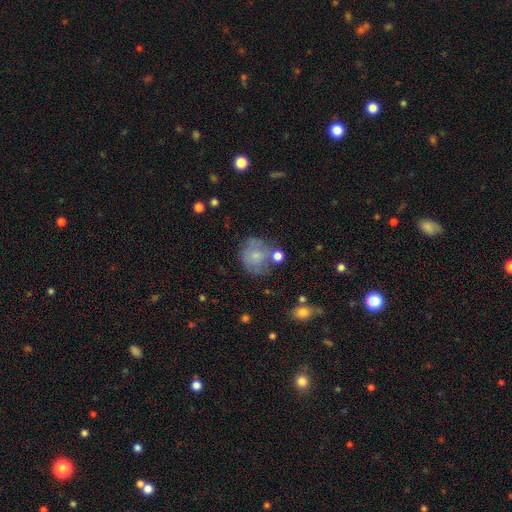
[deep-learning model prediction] smooth 65%, featured or disk 26%, star or artifact 9%. Down the decision tree: how rounded — round (80%); merging — none (50%).